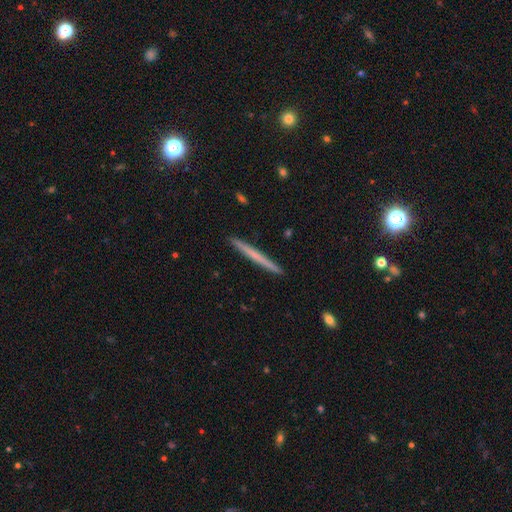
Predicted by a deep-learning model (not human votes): Smooth or featured? smooth (52%)
How rounded? cigar-shaped (97%)
Merging? none (93%)